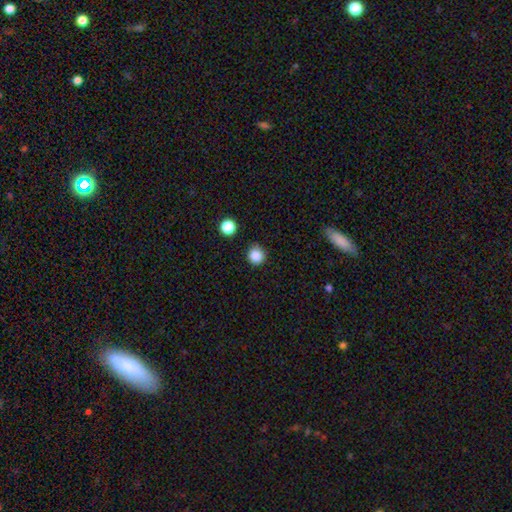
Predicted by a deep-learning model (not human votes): Morphology: type=smooth (86%); roundness=round (93%); merging=none (86%).